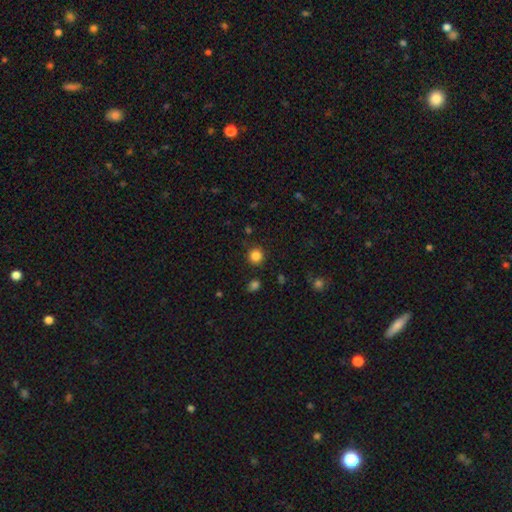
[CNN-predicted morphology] A smooth galaxy with no disk features (84%) that is round (93%). Merging: none (89%).